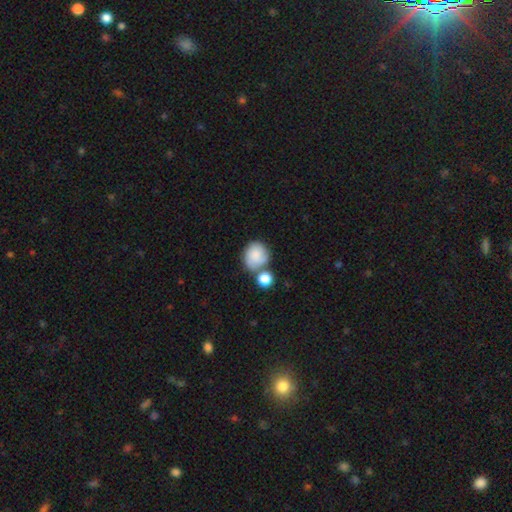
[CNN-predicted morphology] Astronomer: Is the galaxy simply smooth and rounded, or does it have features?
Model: smooth — 80%.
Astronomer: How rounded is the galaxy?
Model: round — 72%.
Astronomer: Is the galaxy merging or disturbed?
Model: none — 46% (runner-up: merger, 29%).